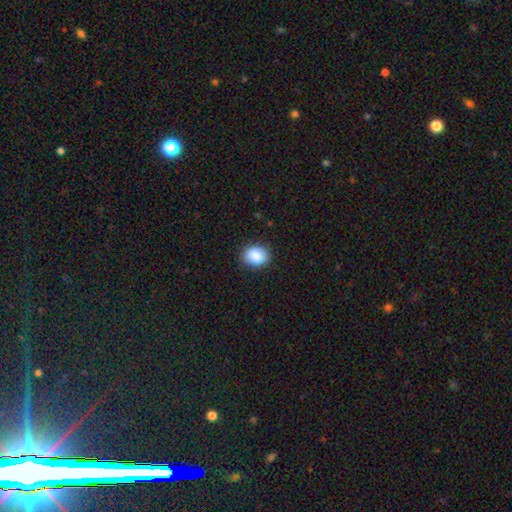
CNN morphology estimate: Overall: smooth (88%). How rounded: in between (53%; round 46%). Merging: none (87%).